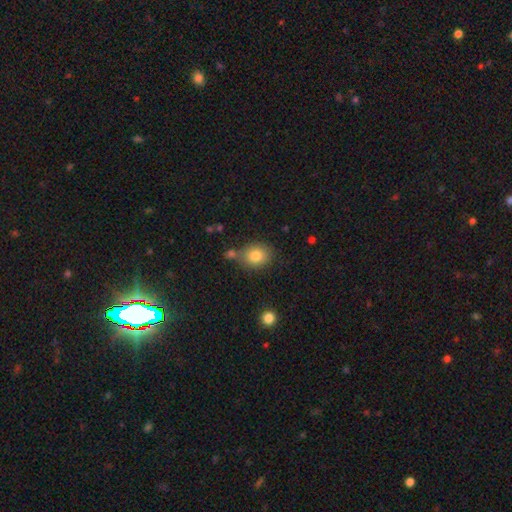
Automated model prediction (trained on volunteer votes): Overall: smooth (82%). How rounded: round (63%; in between 36%). Merging: none (69%).